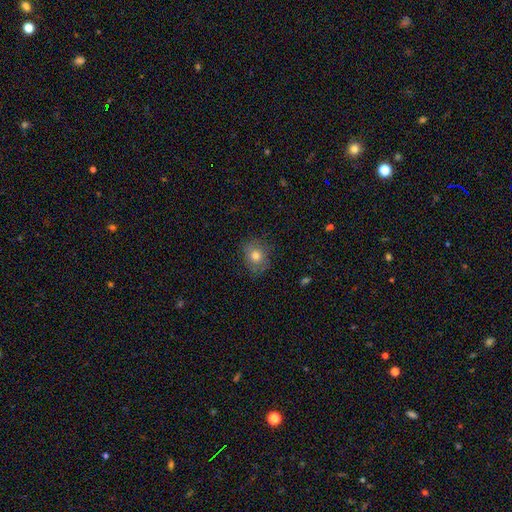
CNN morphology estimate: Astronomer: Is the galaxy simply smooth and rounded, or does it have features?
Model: smooth — 75%.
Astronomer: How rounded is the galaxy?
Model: round — 68%.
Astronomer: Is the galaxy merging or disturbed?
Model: none — 77%.